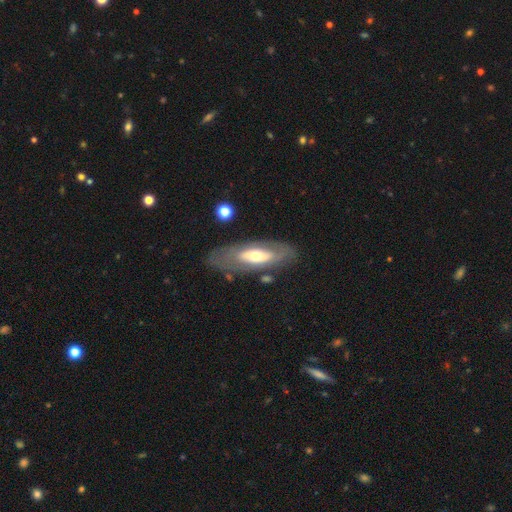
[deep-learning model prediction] Q: Smooth or featured?
A: featured or disk (57%); runner-up: smooth (37%)
Q: Edge-on disk?
A: no (78%); runner-up: yes (22%)
Q: Merging?
A: none (74%); runner-up: minor disturbance (15%)